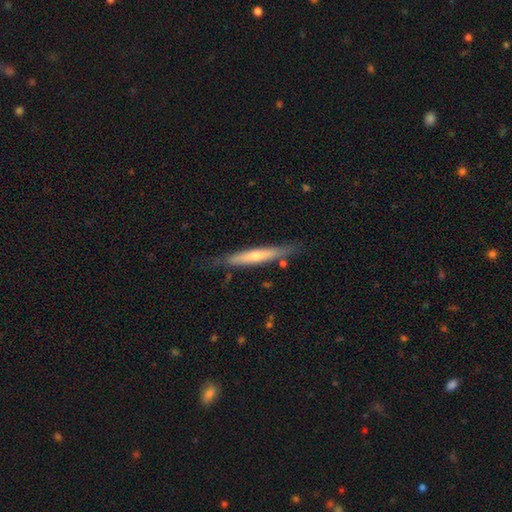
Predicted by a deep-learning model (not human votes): Overall: featured or disk (49%; smooth 45%). Merging: none (75%).